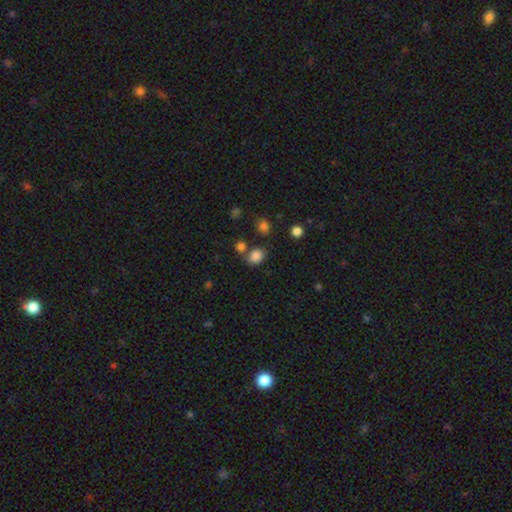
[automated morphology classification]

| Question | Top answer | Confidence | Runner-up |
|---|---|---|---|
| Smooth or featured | smooth | 83% | star or artifact (12%) |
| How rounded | in between | 52% | round (47%) |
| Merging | none | 66% | merger (16%) |